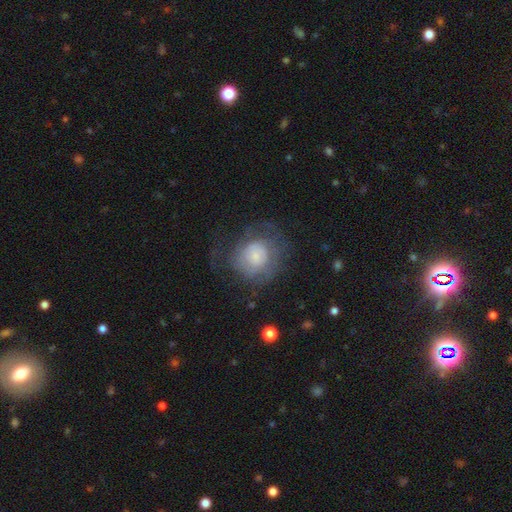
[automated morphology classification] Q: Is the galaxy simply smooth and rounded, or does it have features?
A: smooth — 48%.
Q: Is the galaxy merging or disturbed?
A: none — 51%.